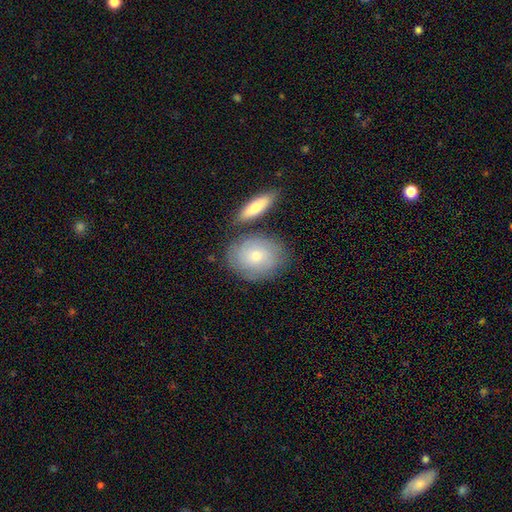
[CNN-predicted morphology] Smooth or featured: smooth — 52% (featured or disk — 41%)
How rounded: in between — 49% (round — 48%)
Merging: none — 74% (minor disturbance — 14%)